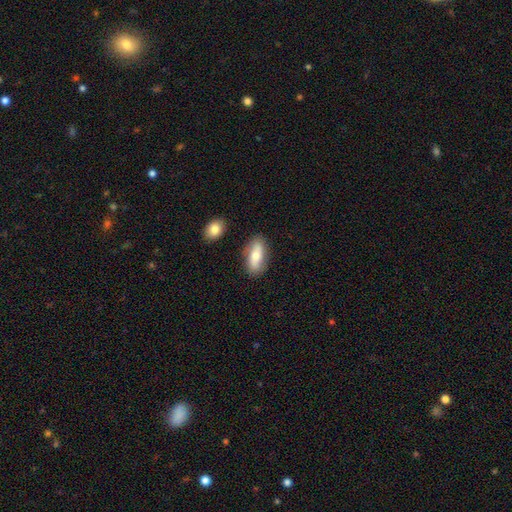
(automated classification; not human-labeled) A smooth galaxy with no disk features (65%) that is in between round and cigar-shaped (84%).

Vote fractions:
- Smooth or featured? smooth: 65% / featured or disk: 29% / star or artifact: 6%
- How rounded? in between: 84% / cigar-shaped: 13% / round: 3%
- Merging? none: 82% / minor disturbance: 12% / merger: 3% / major disturbance: 3%